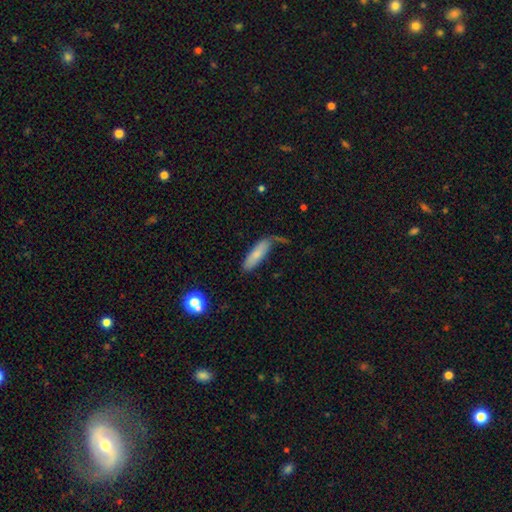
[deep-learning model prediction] smooth-or-featured: smooth: 79% | featured or disk: 14% | star or artifact: 6%
  how-rounded: cigar-shaped: 54% | in between: 45% | round: 2%
  merging: none: 56% | minor disturbance: 27% | major disturbance: 10% | merger: 7%